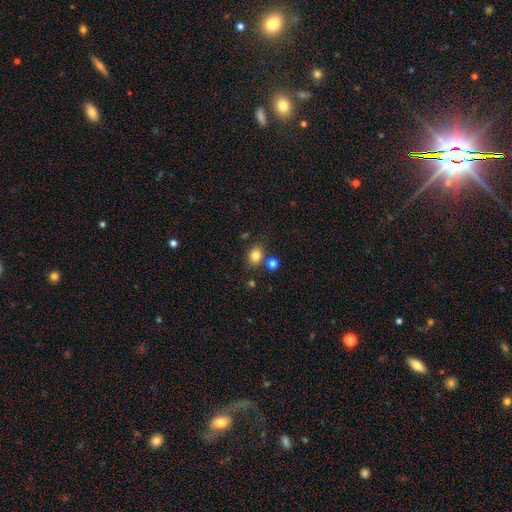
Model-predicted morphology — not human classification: smooth_or_featured: smooth (p=0.81) [alt: star or artifact p=0.12]
how_rounded: round (p=0.54) [alt: in between p=0.45]
merging: none (p=0.75) [alt: minor disturbance p=0.12]